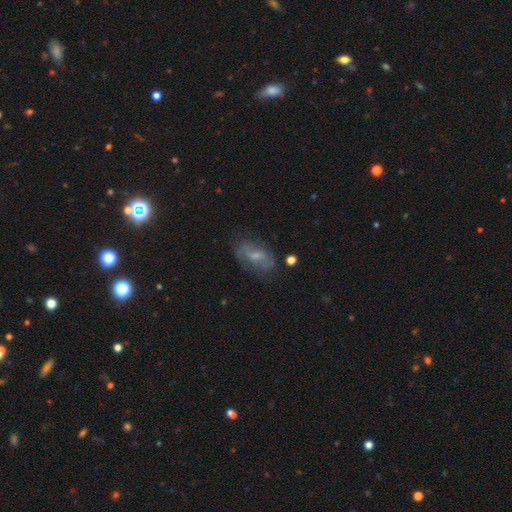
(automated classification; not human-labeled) Smooth or featured? Predicted: featured or disk (p=0.49). Merging? Predicted: none (p=0.61).